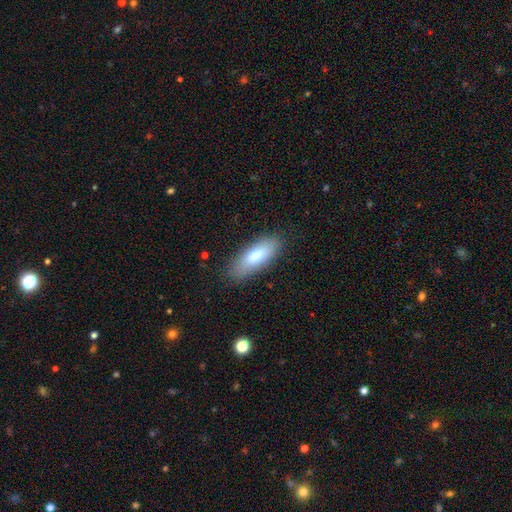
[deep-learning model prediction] A smooth galaxy with no disk features (80%) that is in between round and cigar-shaped (68%).

Vote fractions:
- Smooth or featured? smooth: 80% / featured or disk: 14% / star or artifact: 6%
- How rounded? in between: 68% / cigar-shaped: 30% / round: 2%
- Merging? none: 83% / minor disturbance: 12% / major disturbance: 3% / merger: 1%